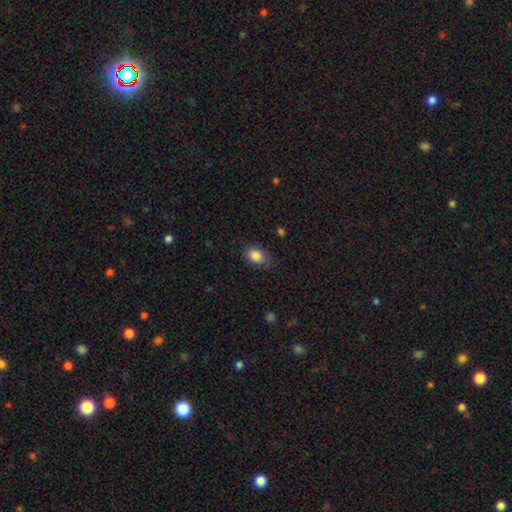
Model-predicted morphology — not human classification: smooth-or-featured: smooth: 86% | star or artifact: 9% | featured or disk: 5%
  how-rounded: in between: 75% | round: 24% | cigar-shaped: 1%
  merging: none: 79% | minor disturbance: 16% | major disturbance: 4% | merger: 1%